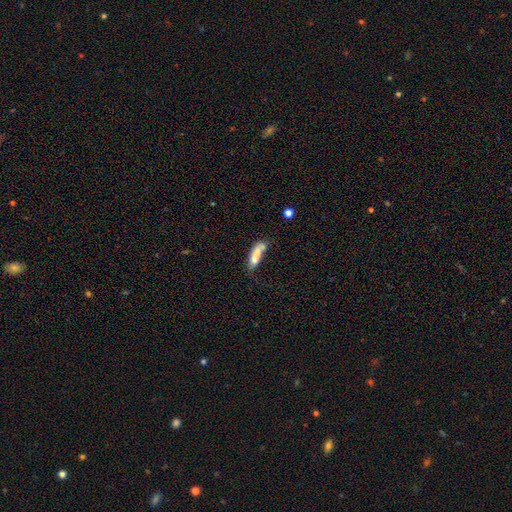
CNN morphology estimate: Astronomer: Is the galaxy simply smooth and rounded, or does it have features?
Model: smooth — 76%.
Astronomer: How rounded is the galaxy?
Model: cigar-shaped — 63%.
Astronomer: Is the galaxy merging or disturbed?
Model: none — 41% (runner-up: minor disturbance, 26%).